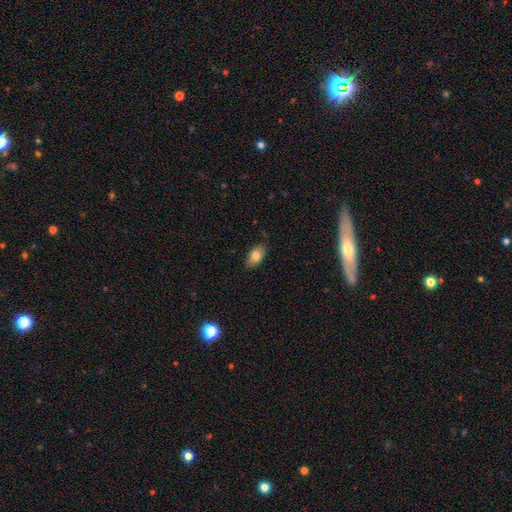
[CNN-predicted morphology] smooth-or-featured: smooth: 81% | featured or disk: 12% | star or artifact: 8%
  how-rounded: in between: 91% | round: 6% | cigar-shaped: 3%
  merging: none: 85% | minor disturbance: 12% | major disturbance: 2% | merger: 1%